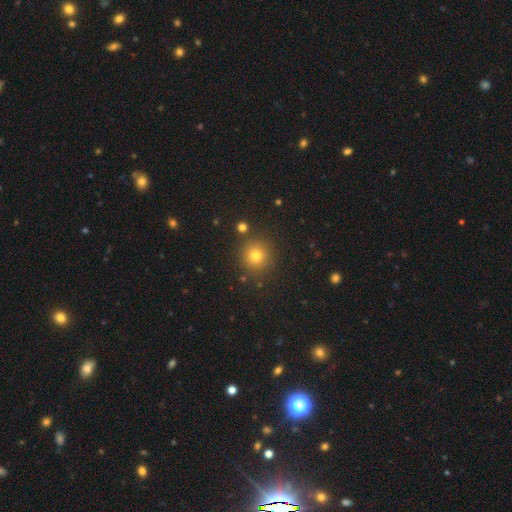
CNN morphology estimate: A smooth galaxy with no disk features (77%) that is round (94%). Merging: none (88%).